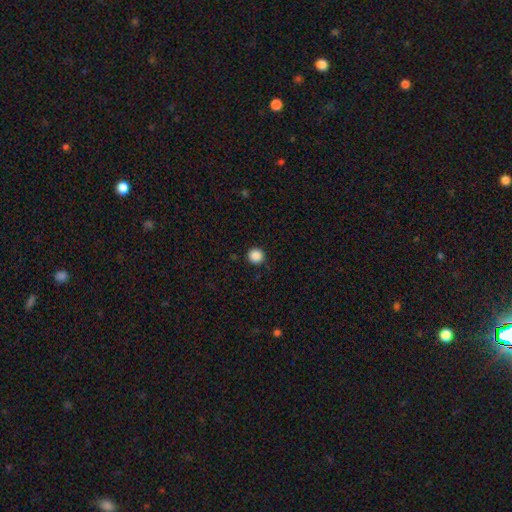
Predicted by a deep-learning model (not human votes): smooth 87%, star or artifact 10%, featured or disk 2%. Down the decision tree: how rounded — round (95%); merging — none (91%).